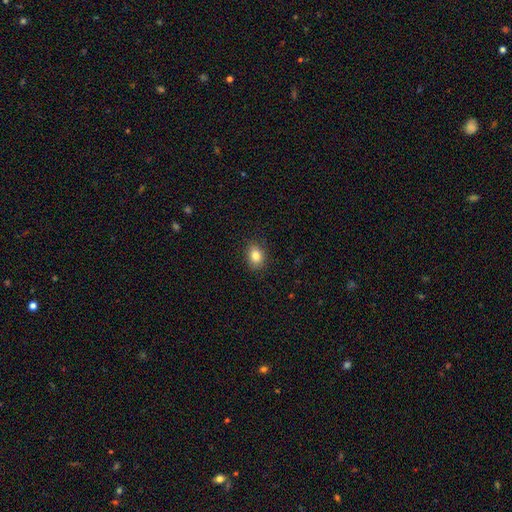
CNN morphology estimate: Q: Smooth or featured?
A: smooth (83%); runner-up: star or artifact (10%)
Q: How rounded?
A: in between (65%); runner-up: round (34%)
Q: Merging?
A: none (87%); runner-up: minor disturbance (9%)